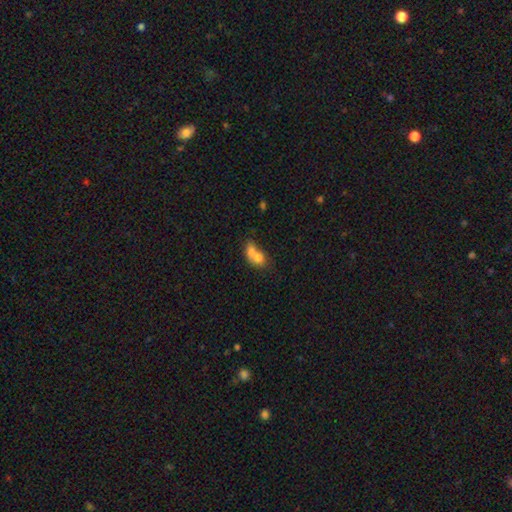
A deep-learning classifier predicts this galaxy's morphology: type=smooth (70%); roundness=in between (54%); merging=merger (72%).